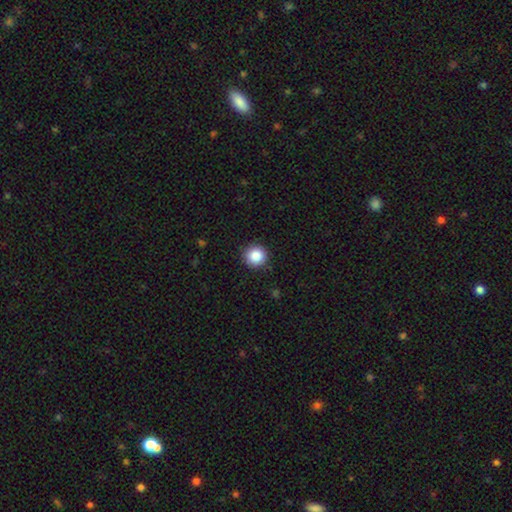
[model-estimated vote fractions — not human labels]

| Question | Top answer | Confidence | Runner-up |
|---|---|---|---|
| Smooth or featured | smooth | 85% | star or artifact (10%) |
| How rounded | round | 95% | in between (4%) |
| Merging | none | 91% | minor disturbance (7%) |